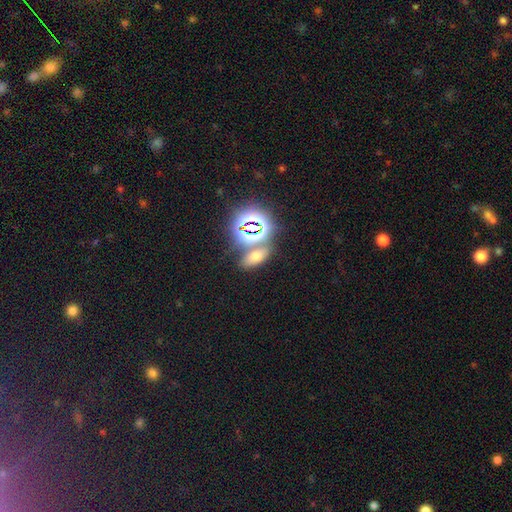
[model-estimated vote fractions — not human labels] smooth 50%, star or artifact 37%, featured or disk 13%. Down the decision tree: how rounded — in between (75%); merging — none (68%).